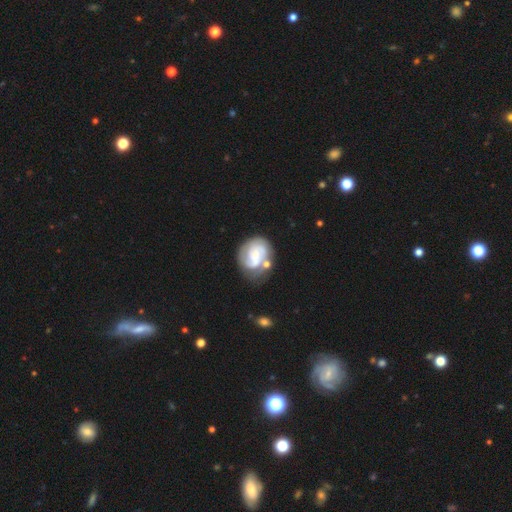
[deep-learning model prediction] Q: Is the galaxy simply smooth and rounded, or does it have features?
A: featured or disk — 69%.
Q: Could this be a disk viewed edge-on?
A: no — 98%.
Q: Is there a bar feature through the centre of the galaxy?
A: no — 59%.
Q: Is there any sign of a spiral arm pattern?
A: yes — 85%.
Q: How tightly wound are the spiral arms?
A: tight — 49%.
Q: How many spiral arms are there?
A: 2 — 49%.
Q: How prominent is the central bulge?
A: small — 53%.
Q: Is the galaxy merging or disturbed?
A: none — 50%.